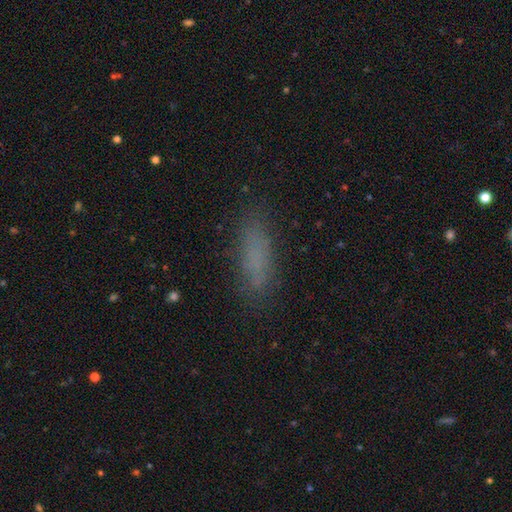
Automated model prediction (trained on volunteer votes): smooth_or_featured: smooth (p=0.74) [alt: star or artifact p=0.13]
how_rounded: cigar-shaped (p=0.55) [alt: in between p=0.43]
merging: none (p=0.80) [alt: minor disturbance p=0.14]